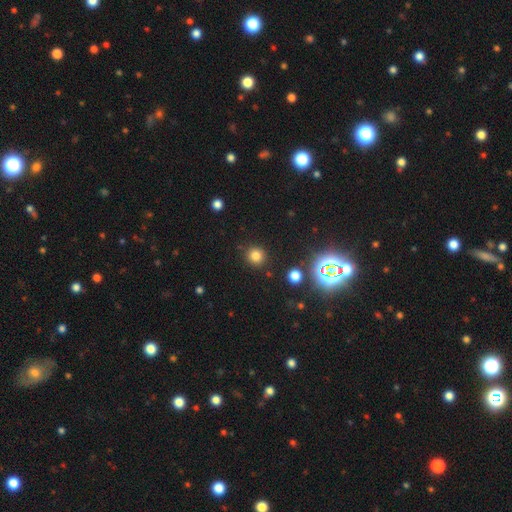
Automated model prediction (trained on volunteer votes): Smooth or featured?
  - smooth: 77% *
  - star or artifact: 17%
  - featured or disk: 6%
How rounded?
  - round: 92% *
  - in between: 7%
  - cigar-shaped: 1%
Merging?
  - none: 88% *
  - minor disturbance: 7%
  - major disturbance: 3%
  - merger: 2%